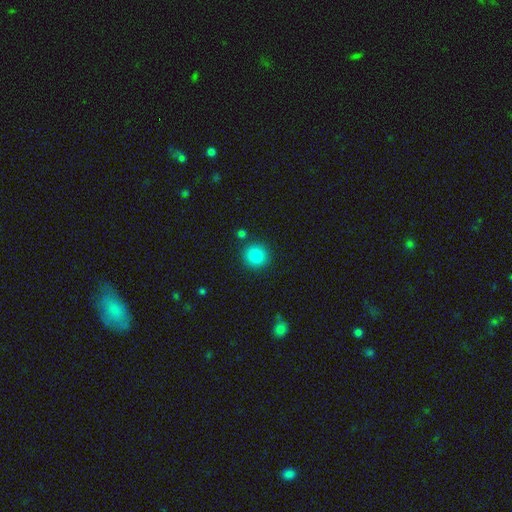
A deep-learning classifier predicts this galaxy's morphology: This appears to be a smooth galaxy with no disk features (86%) that is round (92%). Merging: none (87%).